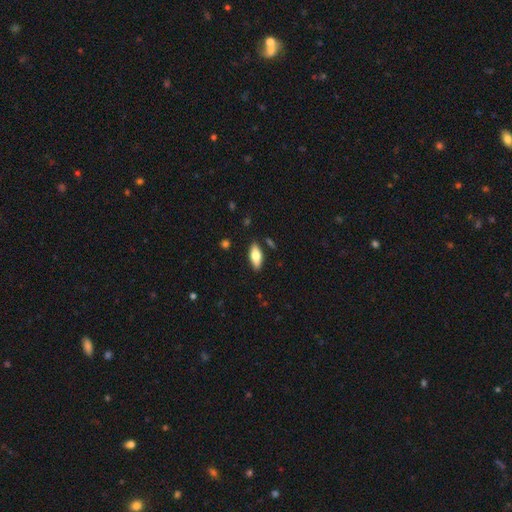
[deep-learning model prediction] smooth_or_featured: smooth (p=0.68) [alt: featured or disk p=0.26]
how_rounded: in between (p=0.79) [alt: cigar-shaped p=0.19]
merging: none (p=0.86) [alt: minor disturbance p=0.10]